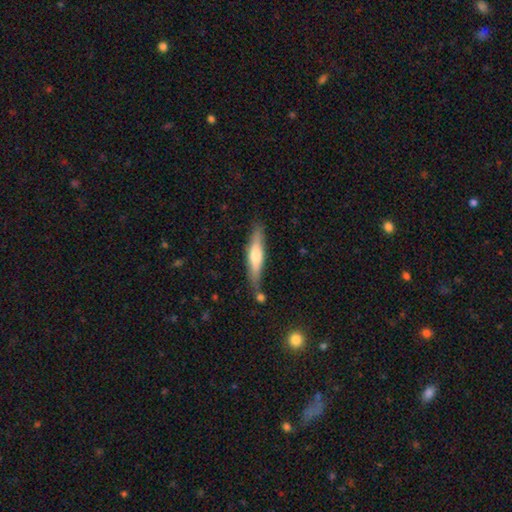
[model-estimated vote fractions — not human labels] Smooth or featured: smooth — 50% (featured or disk — 45%)
Merging: none — 75% (minor disturbance — 15%)